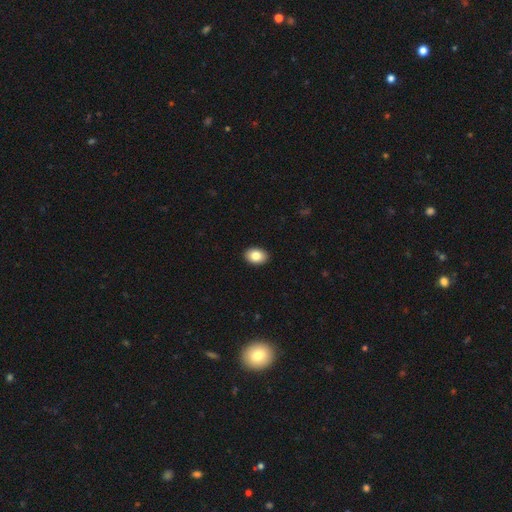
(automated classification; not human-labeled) This is clearly a smooth galaxy (85%). How rounded: clearly in between (82%). Merging: clearly none (92%).